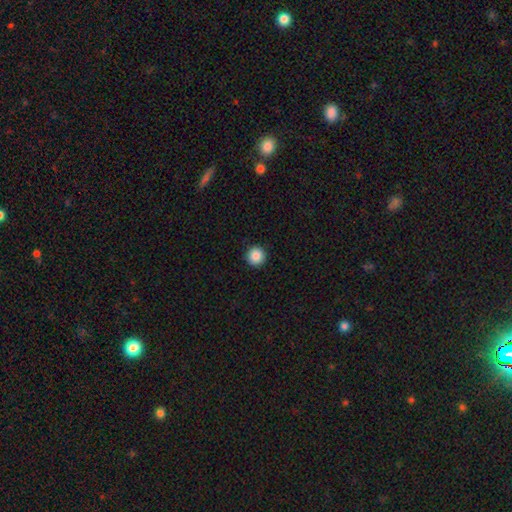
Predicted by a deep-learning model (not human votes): A smooth galaxy with no disk features (87%) that is round (96%).

Vote fractions:
- Smooth or featured? smooth: 87% / star or artifact: 9% / featured or disk: 4%
- How rounded? round: 96% / in between: 3% / cigar-shaped: 1%
- Merging? none: 93% / minor disturbance: 5% / major disturbance: 2% / merger: 1%